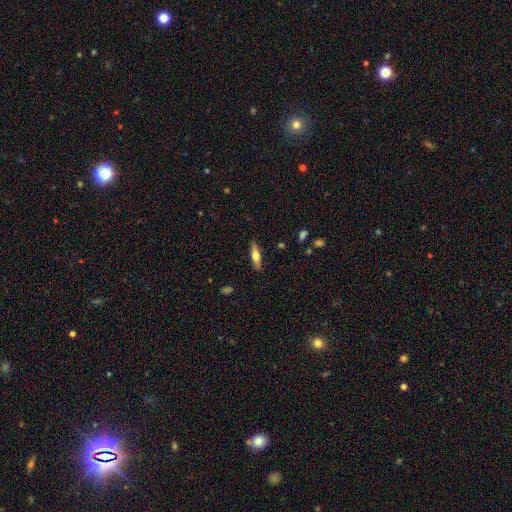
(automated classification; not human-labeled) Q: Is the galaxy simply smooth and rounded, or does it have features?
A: smooth — 55%.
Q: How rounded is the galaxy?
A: cigar-shaped — 63%.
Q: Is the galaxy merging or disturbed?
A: none — 88%.